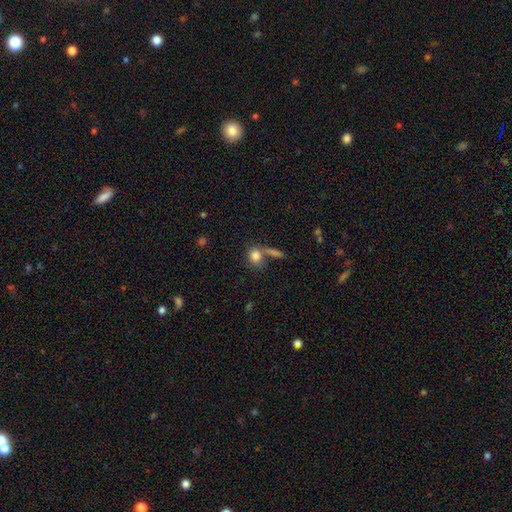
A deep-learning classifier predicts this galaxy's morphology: Overall: smooth (82%). How rounded: round (64%; in between 32%). Merging: none (55%; merger 27%).